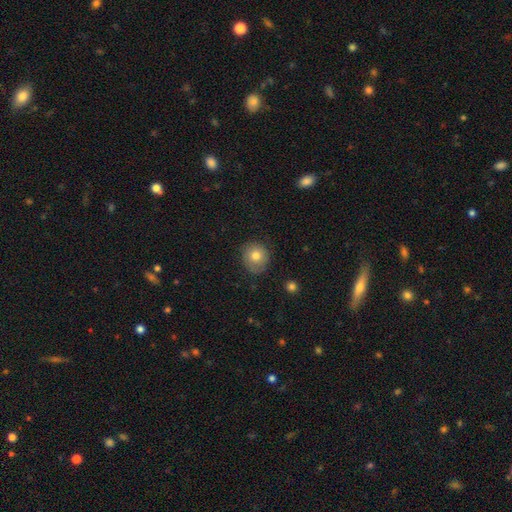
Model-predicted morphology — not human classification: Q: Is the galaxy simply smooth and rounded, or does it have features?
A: smooth — 76%.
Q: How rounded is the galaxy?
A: round — 86%.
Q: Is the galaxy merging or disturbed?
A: none — 81%.